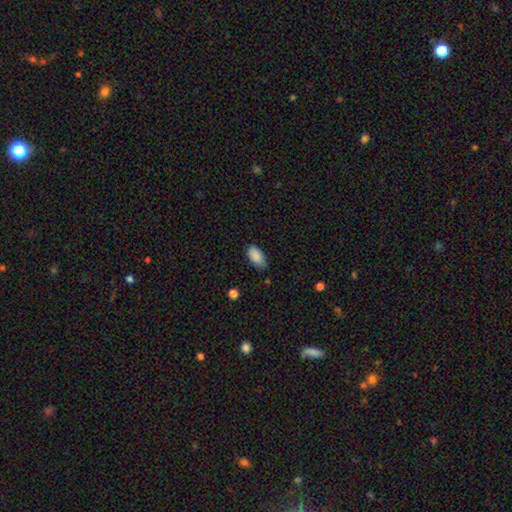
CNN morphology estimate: A smooth galaxy with no disk features (89%) that is in between round and cigar-shaped (94%).

Vote fractions:
- Smooth or featured? smooth: 89% / star or artifact: 7% / featured or disk: 5%
- How rounded? in between: 94% / round: 3% / cigar-shaped: 3%
- Merging? none: 72% / minor disturbance: 23% / major disturbance: 4% / merger: 2%